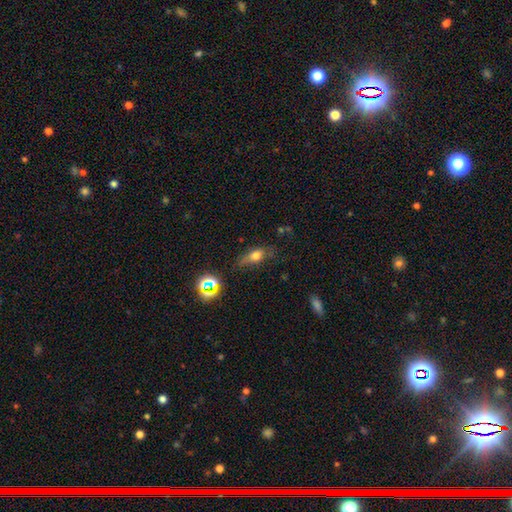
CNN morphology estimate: smooth-or-featured: smooth: 67% | featured or disk: 17% | star or artifact: 16%
  how-rounded: in between: 71% | round: 16% | cigar-shaped: 13%
  merging: none: 59% | minor disturbance: 26% | major disturbance: 10% | merger: 4%